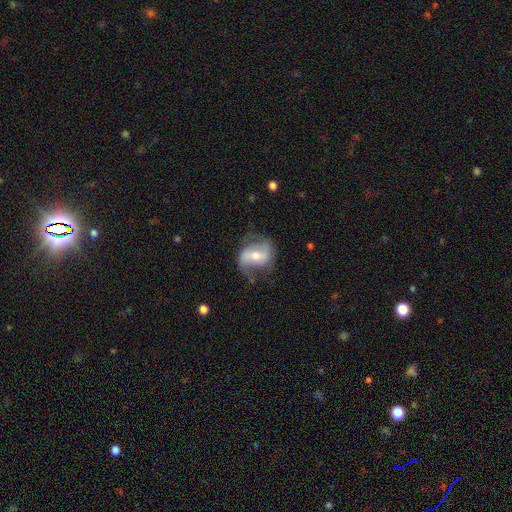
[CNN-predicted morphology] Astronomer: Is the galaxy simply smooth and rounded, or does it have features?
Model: featured or disk — 75%.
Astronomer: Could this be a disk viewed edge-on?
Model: no — 96%.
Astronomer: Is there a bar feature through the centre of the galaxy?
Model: weak — 39% (runner-up: strong, 35%).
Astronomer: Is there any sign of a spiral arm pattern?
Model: yes — 89%.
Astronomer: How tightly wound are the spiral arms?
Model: loose — 45% (runner-up: medium, 39%).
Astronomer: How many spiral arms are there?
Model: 2 — 85%.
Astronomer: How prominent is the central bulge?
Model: moderate — 56% (runner-up: small, 37%).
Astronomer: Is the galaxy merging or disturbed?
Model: none — 66%.